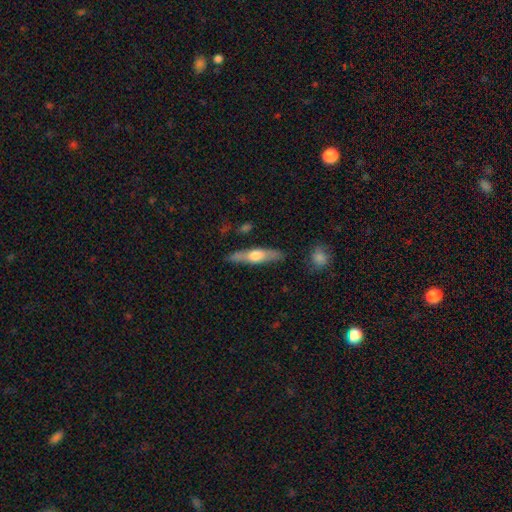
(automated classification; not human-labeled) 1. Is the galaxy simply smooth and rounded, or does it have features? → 53% featured or disk, 41% smooth, 5% star or artifact.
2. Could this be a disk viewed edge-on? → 92% yes, 8% no.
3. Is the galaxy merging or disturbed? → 85% none, 10% minor disturbance, 2% major disturbance, 2% merger.